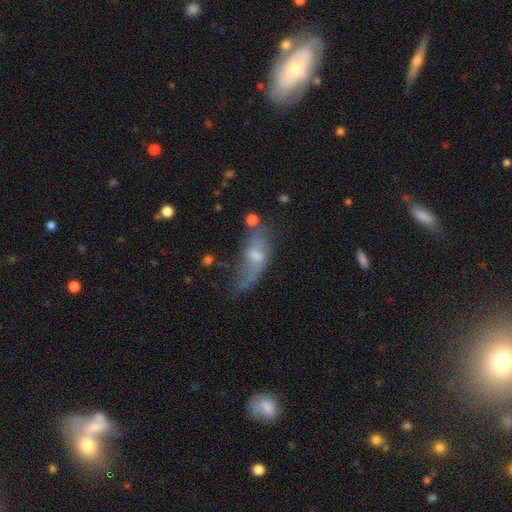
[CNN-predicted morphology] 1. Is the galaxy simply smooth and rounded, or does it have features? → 46% smooth, 45% featured or disk, 10% star or artifact.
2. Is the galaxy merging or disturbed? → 36% none, 29% minor disturbance, 27% major disturbance, 8% merger.